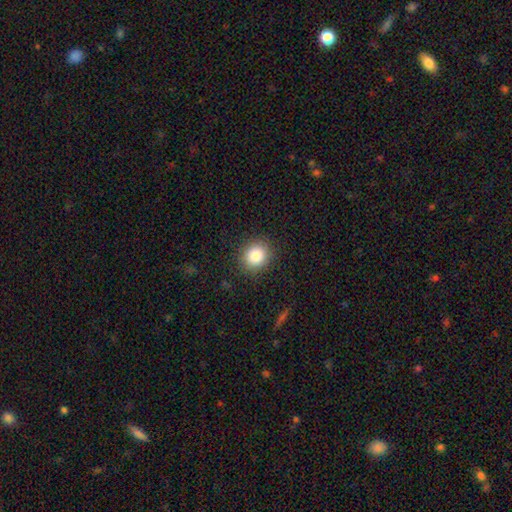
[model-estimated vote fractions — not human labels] Smooth or featured? Predicted: smooth (p=0.84). How rounded? Predicted: round (p=0.78). Merging? Predicted: none (p=0.89).